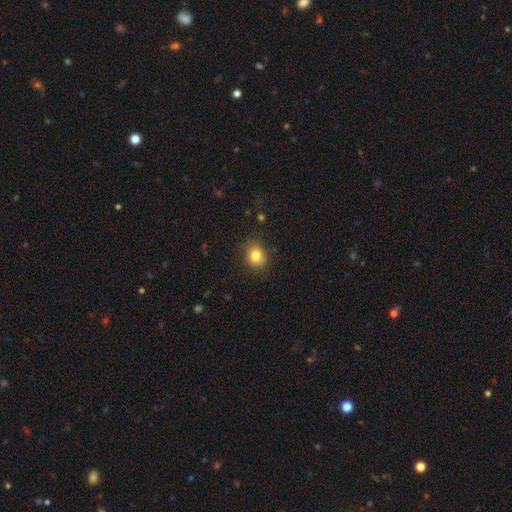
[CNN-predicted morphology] smooth 82%, star or artifact 11%, featured or disk 7%. Down the decision tree: how rounded — round (63%); merging — none (82%).